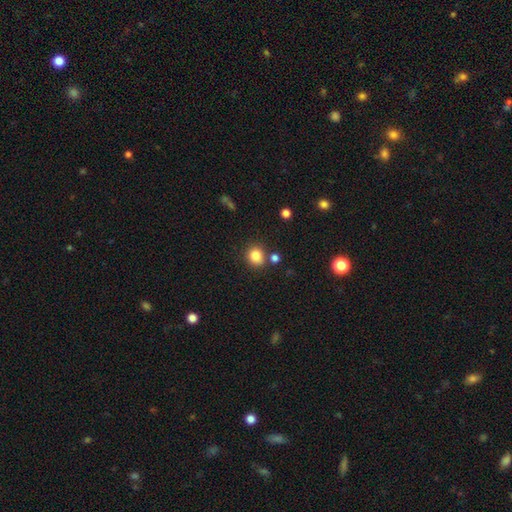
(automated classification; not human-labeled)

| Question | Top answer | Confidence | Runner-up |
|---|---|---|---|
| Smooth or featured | smooth | 84% | star or artifact (11%) |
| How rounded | round | 78% | in between (21%) |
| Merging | none | 77% | minor disturbance (10%) |